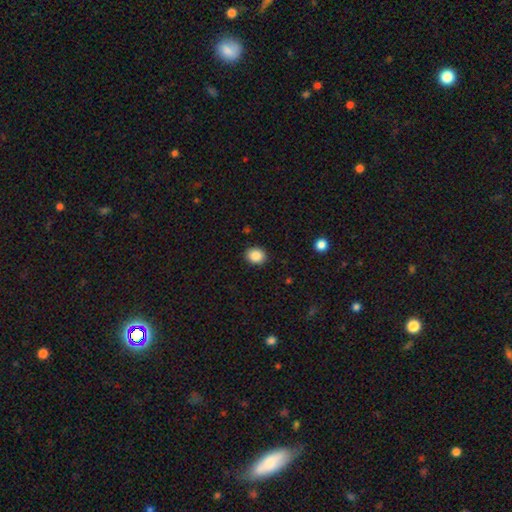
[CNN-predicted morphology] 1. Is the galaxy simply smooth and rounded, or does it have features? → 87% smooth, 9% star or artifact, 4% featured or disk.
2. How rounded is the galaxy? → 68% round, 31% in between, 1% cigar-shaped.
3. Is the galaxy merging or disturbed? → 91% none, 6% minor disturbance, 2% major disturbance, 1% merger.